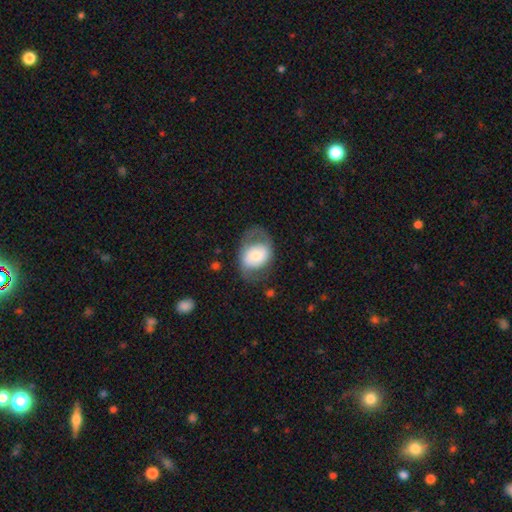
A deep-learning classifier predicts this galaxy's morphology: This appears to be a smooth galaxy with no disk features (48%). Merging: none (56%).